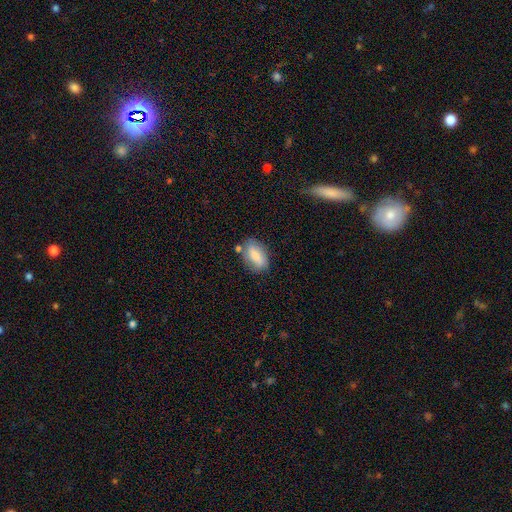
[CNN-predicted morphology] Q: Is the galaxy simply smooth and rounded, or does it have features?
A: smooth — 71%.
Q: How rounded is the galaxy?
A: in between — 88%.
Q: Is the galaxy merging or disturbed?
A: none — 71%.